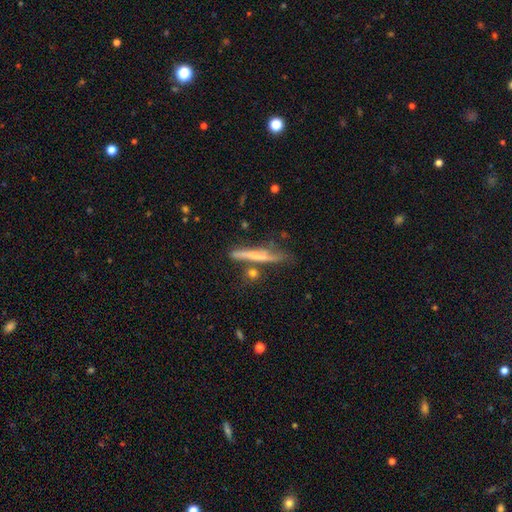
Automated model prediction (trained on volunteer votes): This appears to be a featured or disk galaxy (49%). Merging: none (64%).